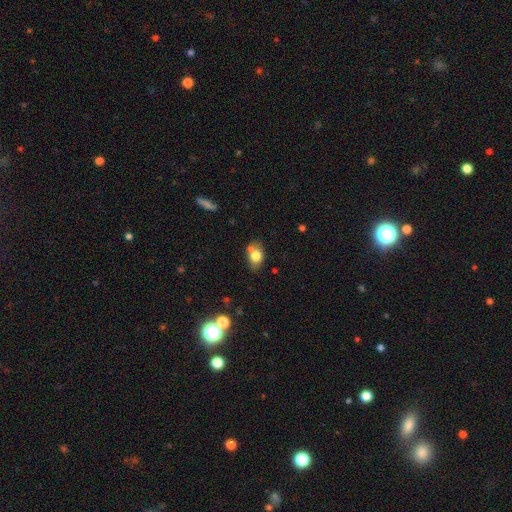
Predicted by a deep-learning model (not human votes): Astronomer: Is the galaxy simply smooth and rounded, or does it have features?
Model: smooth — 75%.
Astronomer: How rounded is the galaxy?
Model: in between — 79%.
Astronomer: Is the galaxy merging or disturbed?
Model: none — 57%.